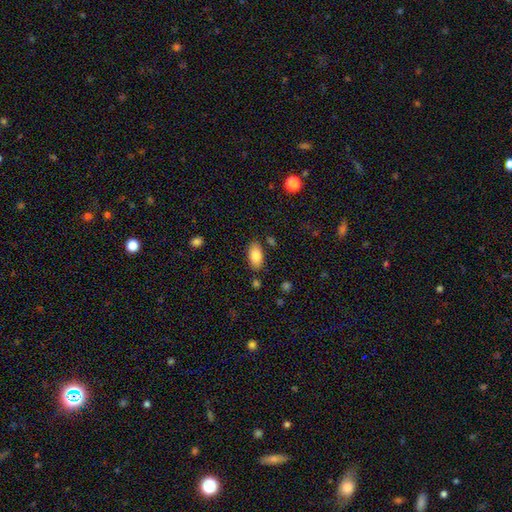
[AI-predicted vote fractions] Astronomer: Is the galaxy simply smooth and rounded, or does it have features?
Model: smooth — 85%.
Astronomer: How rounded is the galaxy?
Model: in between — 93%.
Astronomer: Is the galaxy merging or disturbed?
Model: none — 81%.